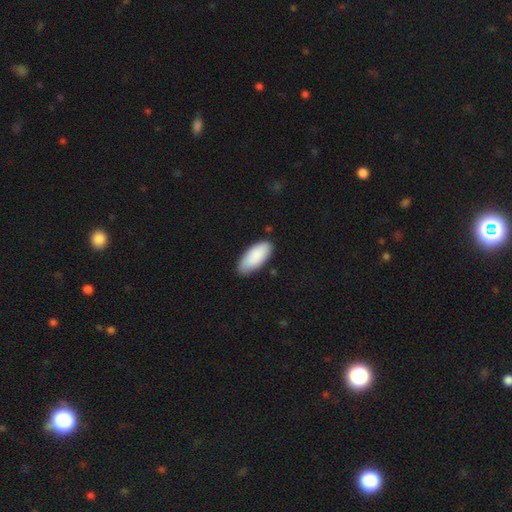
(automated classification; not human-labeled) smooth 89%, featured or disk 6%, star or artifact 5%. Down the decision tree: how rounded — in between (88%); merging — none (81%).